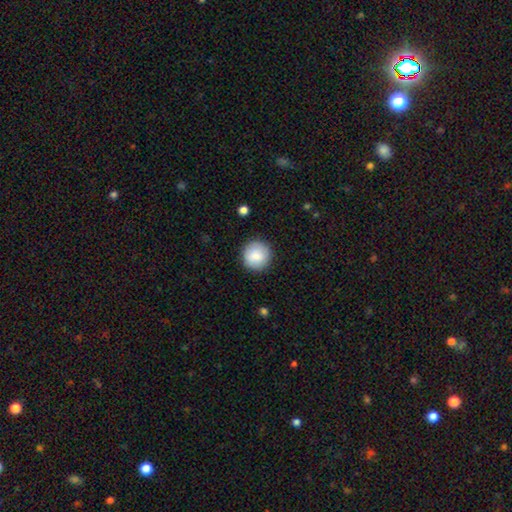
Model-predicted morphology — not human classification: Q: Smooth or featured?
A: smooth (85%); runner-up: featured or disk (8%)
Q: How rounded?
A: round (94%); runner-up: in between (5%)
Q: Merging?
A: none (89%); runner-up: minor disturbance (8%)